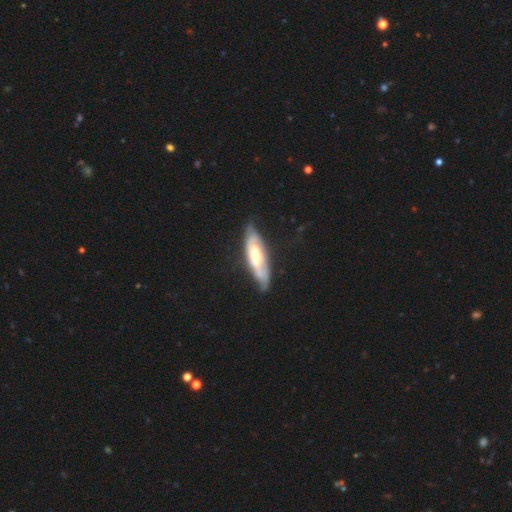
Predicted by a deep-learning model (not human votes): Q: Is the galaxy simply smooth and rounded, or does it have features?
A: featured or disk — 69%.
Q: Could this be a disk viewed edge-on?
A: no — 74%.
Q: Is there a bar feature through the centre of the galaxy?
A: no — 56%.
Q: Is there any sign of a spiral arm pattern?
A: yes — 82%.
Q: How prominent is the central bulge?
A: moderate — 59%.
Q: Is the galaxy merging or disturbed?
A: none — 64%.